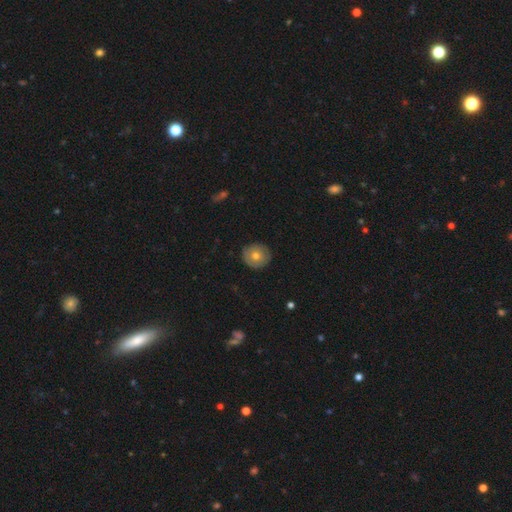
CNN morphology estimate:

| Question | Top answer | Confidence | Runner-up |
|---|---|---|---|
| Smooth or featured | smooth | 65% | featured or disk (27%) |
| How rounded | round | 89% | in between (10%) |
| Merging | none | 88% | minor disturbance (10%) |